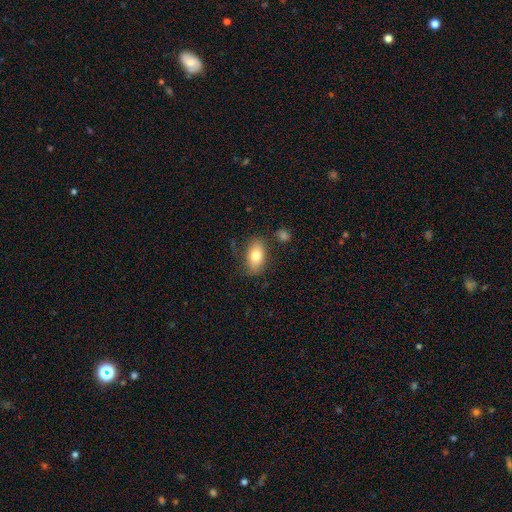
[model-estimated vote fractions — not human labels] The model was most divided on "merging": none: 72%, minor disturbance: 18%, major disturbance: 6%, merger: 4%. More confident: how rounded — in between (90%); smooth or featured — smooth (76%).